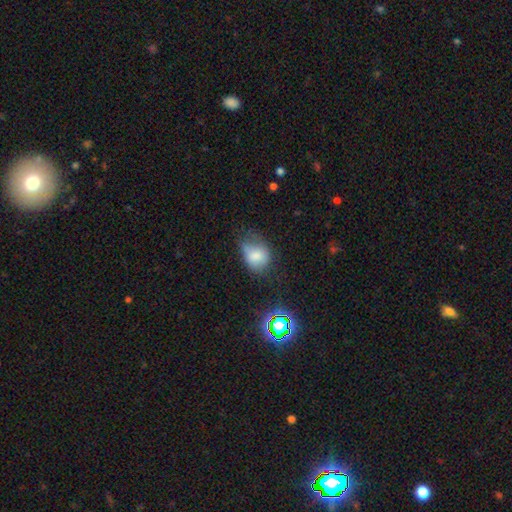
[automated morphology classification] A smooth galaxy with no disk features (72%) that is in between round and cigar-shaped (56%).

Vote fractions:
- Smooth or featured? smooth: 72% / featured or disk: 15% / star or artifact: 13%
- How rounded? in between: 56% / round: 43% / cigar-shaped: 1%
- Merging? minor disturbance: 38% / none: 35% / major disturbance: 23% / merger: 4%